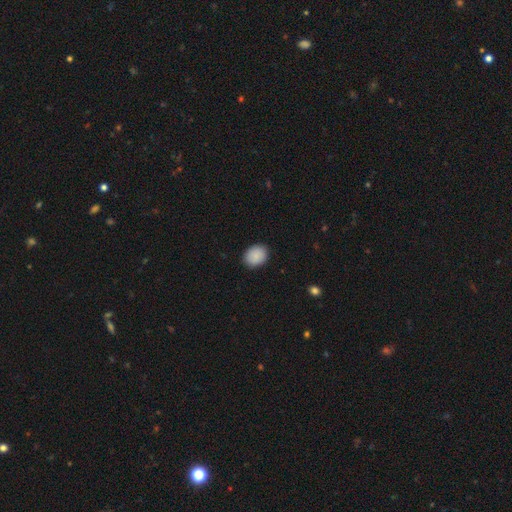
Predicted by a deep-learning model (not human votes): smooth-or-featured: smooth: 89% | star or artifact: 7% | featured or disk: 3%
  how-rounded: in between: 53% | round: 46% | cigar-shaped: 1%
  merging: none: 89% | minor disturbance: 8% | major disturbance: 2% | merger: 1%